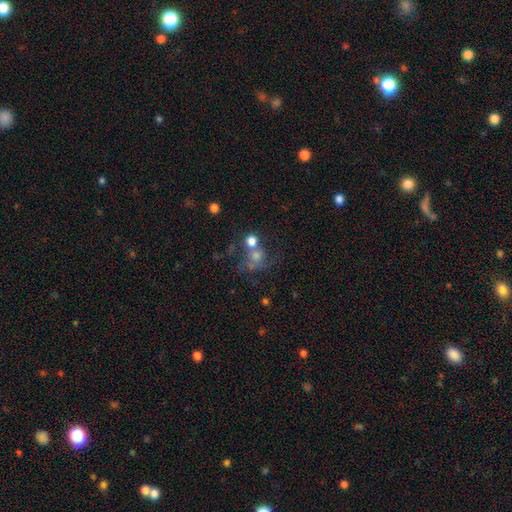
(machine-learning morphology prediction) Smooth or featured? Predicted: smooth (p=0.43). Merging? Predicted: none (p=0.38).